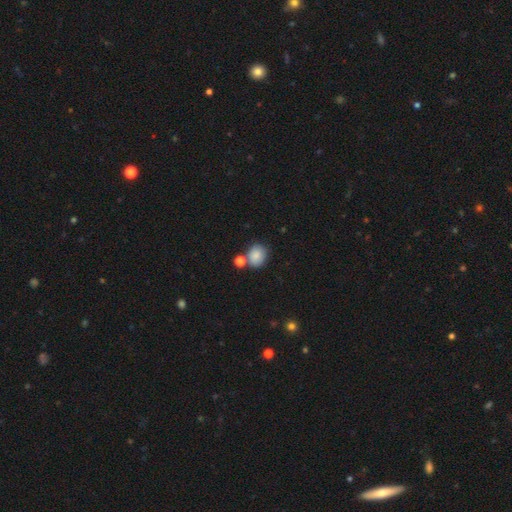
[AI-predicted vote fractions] Smooth or featured? smooth (84%)
How rounded? round (58%)
Merging? none (61%)